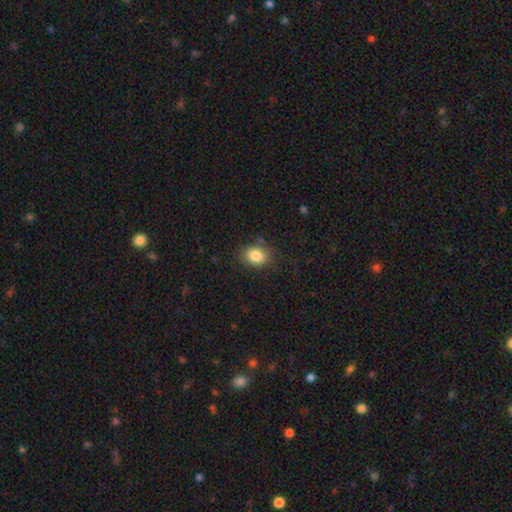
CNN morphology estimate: A smooth galaxy with no disk features (85%) that is in between round and cigar-shaped (67%).

Vote fractions:
- Smooth or featured? smooth: 85% / star or artifact: 9% / featured or disk: 6%
- How rounded? in between: 67% / round: 32% / cigar-shaped: 1%
- Merging? none: 80% / minor disturbance: 14% / major disturbance: 4% / merger: 2%